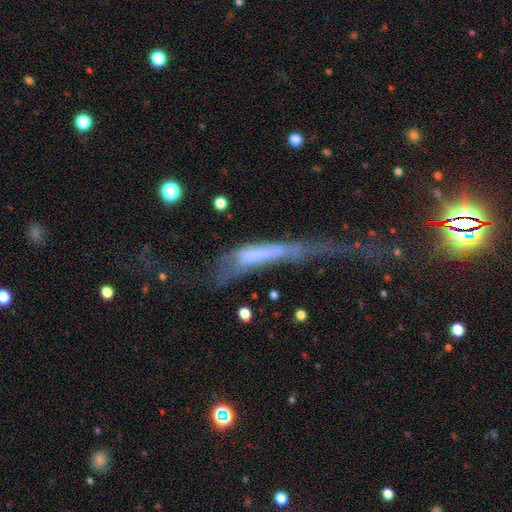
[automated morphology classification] Smooth or featured?
  - featured or disk: 45% *
  - smooth: 42%
  - star or artifact: 13%
Merging?
  - major disturbance: 59% *
  - minor disturbance: 14%
  - none: 14%
  - merger: 13%